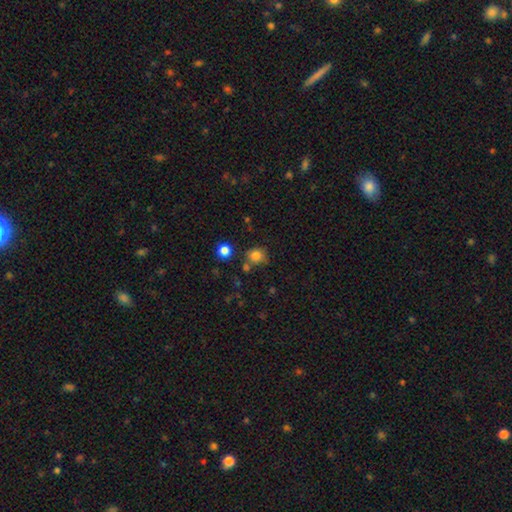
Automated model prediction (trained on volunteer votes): smooth_or_featured: smooth (p=0.80) [alt: star or artifact p=0.13]
how_rounded: round (p=0.79) [alt: in between p=0.20]
merging: none (p=0.68) [alt: minor disturbance p=0.16]